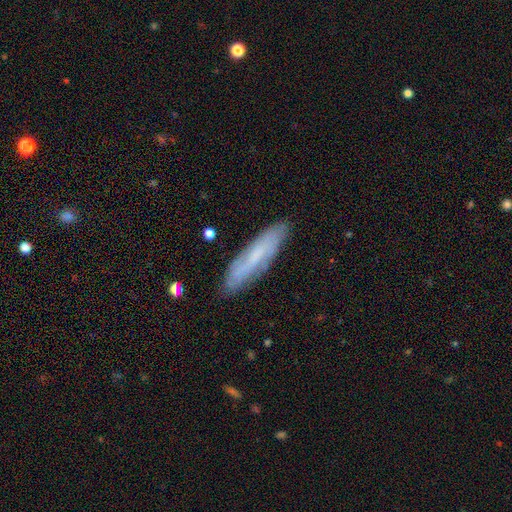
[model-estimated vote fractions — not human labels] Q: Smooth or featured?
A: smooth (47%); runner-up: featured or disk (45%)
Q: Merging?
A: none (84%); runner-up: minor disturbance (12%)